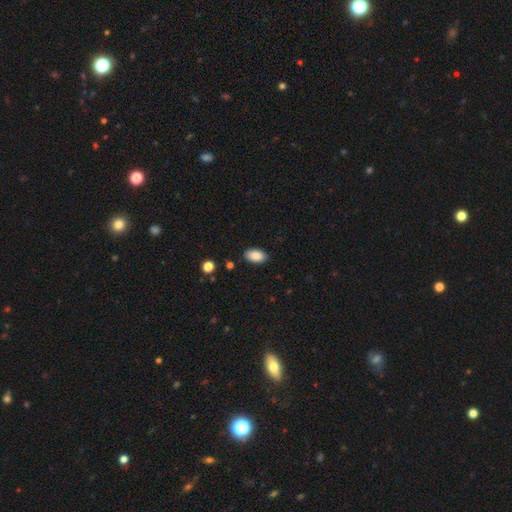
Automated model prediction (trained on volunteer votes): Morphology: type=smooth (87%); roundness=in between (94%); merging=none (87%).